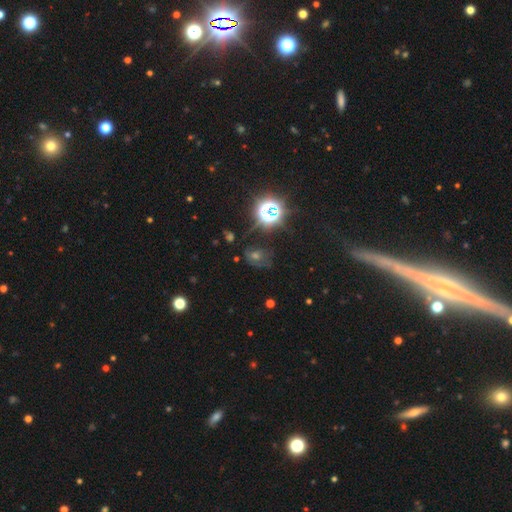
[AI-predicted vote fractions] This is possibly a star or artifact rather than a galaxy (51%).